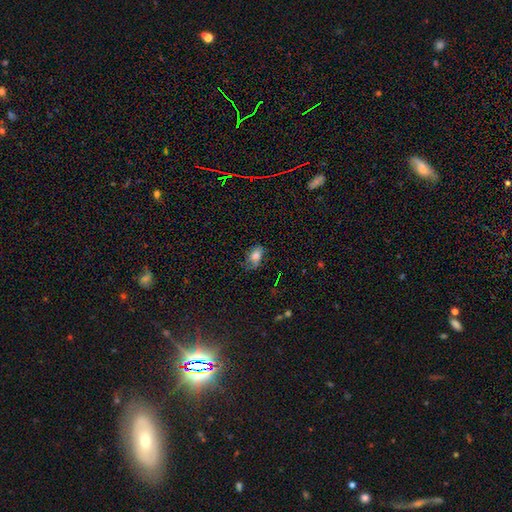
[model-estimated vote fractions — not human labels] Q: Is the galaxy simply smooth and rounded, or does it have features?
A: smooth — 70%.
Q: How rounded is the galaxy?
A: in between — 83%.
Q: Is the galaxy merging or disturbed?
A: none — 57%.